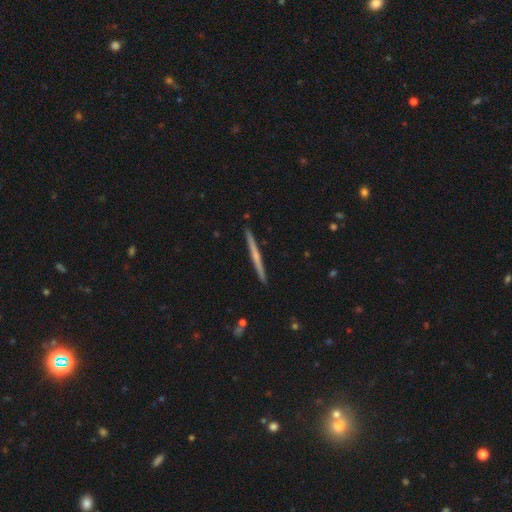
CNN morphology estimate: Smooth or featured? featured or disk (61%)
Edge-on disk? yes (98%)
Edge-on bulge? none (58%)
Merging? none (93%)